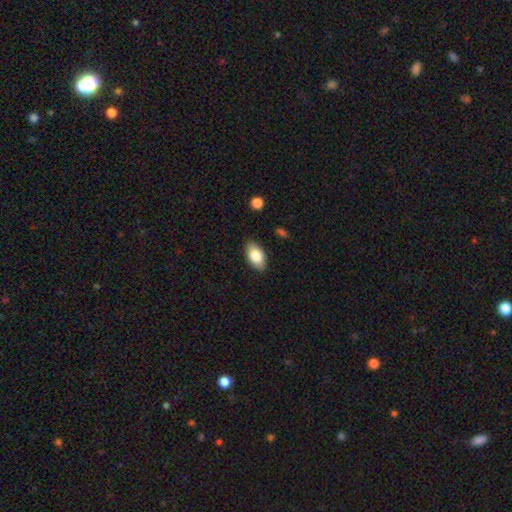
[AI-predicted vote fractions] Overall: smooth (81%). How rounded: in between (93%). Merging: none (85%).